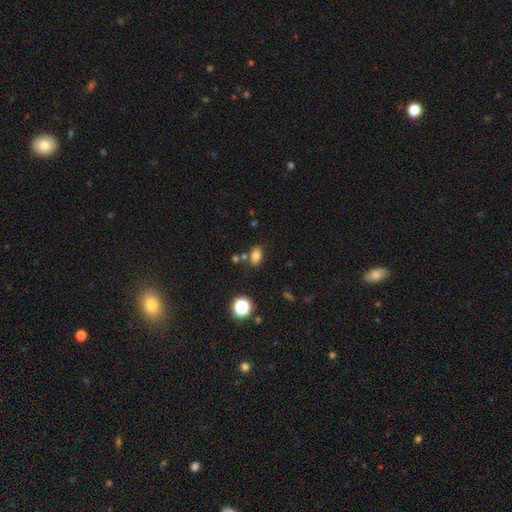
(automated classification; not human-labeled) This is likely a smooth galaxy (79%). How rounded: clearly in between (84%). Merging: likely none (76%).